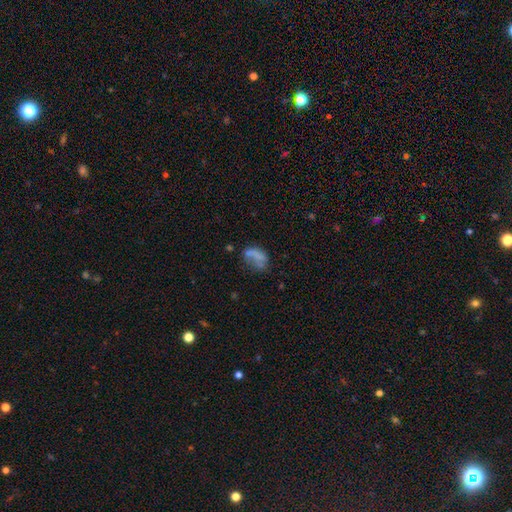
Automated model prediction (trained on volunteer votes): Smooth or featured? smooth (59%)
How rounded? in between (82%)
Merging? major disturbance (33%)